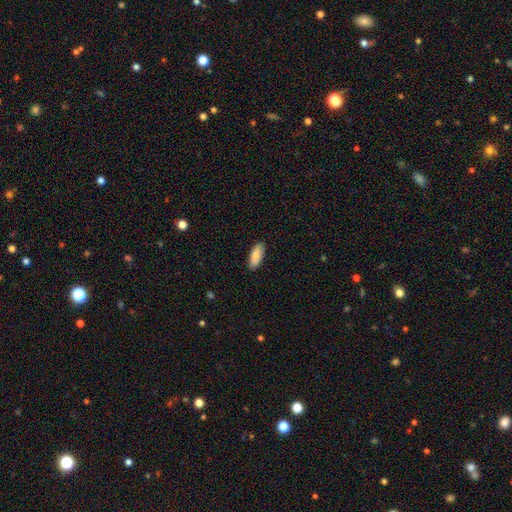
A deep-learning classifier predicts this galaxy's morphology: smooth_or_featured: smooth (p=0.86) [alt: featured or disk p=0.09]
how_rounded: in between (p=0.80) [alt: cigar-shaped p=0.18]
merging: none (p=0.89) [alt: minor disturbance p=0.08]